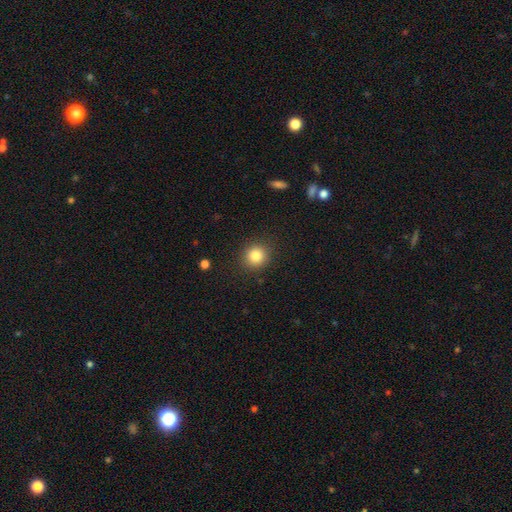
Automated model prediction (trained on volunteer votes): Smooth or featured?
  - smooth: 84% *
  - star or artifact: 11%
  - featured or disk: 5%
How rounded?
  - round: 88% *
  - in between: 11%
  - cigar-shaped: 1%
Merging?
  - none: 88% *
  - minor disturbance: 8%
  - major disturbance: 3%
  - merger: 1%